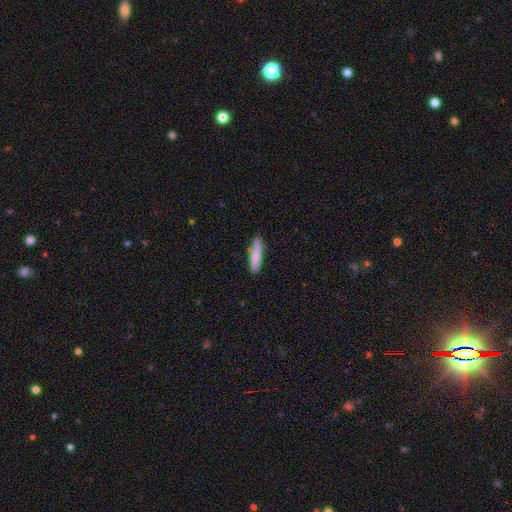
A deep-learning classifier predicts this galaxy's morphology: This is likely a smooth galaxy (77%). How rounded: clearly cigar-shaped (89%). Merging: clearly none (82%).